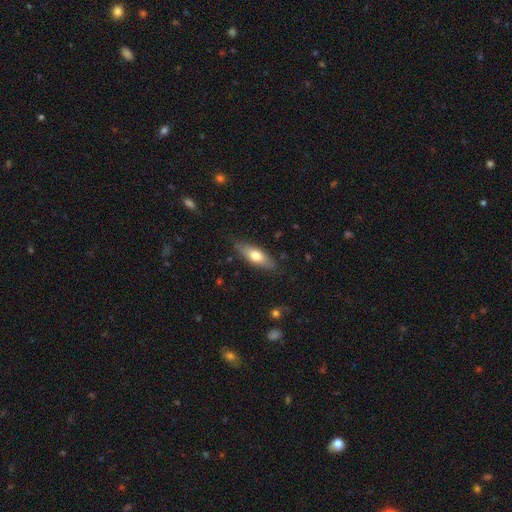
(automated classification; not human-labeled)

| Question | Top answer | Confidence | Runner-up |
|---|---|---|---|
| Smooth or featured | smooth | 64% | featured or disk (30%) |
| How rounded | in between | 59% | cigar-shaped (38%) |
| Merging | none | 81% | minor disturbance (15%) |